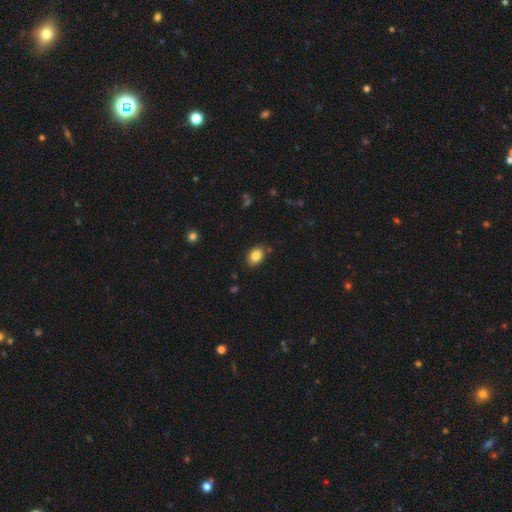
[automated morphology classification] Smooth or featured?
  - smooth: 85% *
  - star or artifact: 9%
  - featured or disk: 6%
How rounded?
  - in between: 72% *
  - round: 27%
  - cigar-shaped: 1%
Merging?
  - none: 85% *
  - minor disturbance: 10%
  - major disturbance: 2%
  - merger: 2%